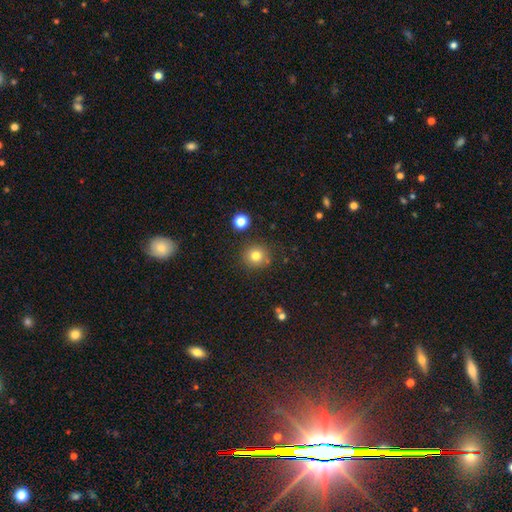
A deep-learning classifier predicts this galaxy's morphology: A smooth galaxy with no disk features (80%) that is round (92%).

Vote fractions:
- Smooth or featured? smooth: 80% / star or artifact: 13% / featured or disk: 7%
- How rounded? round: 92% / in between: 7% / cigar-shaped: 1%
- Merging? none: 85% / minor disturbance: 8% / merger: 4% / major disturbance: 3%